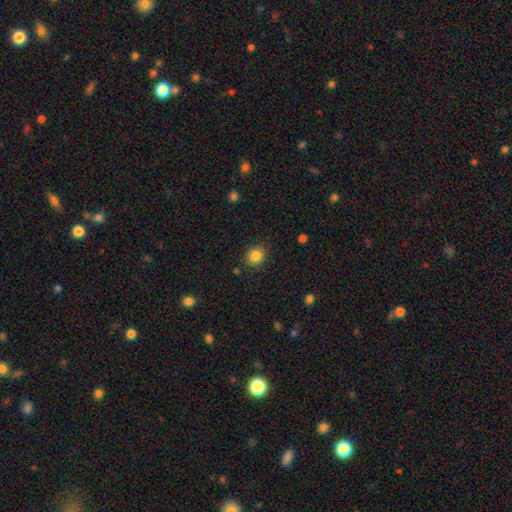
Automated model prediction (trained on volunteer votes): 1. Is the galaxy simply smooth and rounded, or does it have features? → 85% smooth, 10% star or artifact, 5% featured or disk.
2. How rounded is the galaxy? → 77% round, 22% in between, 1% cigar-shaped.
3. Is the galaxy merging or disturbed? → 86% none, 9% minor disturbance, 3% major disturbance, 2% merger.